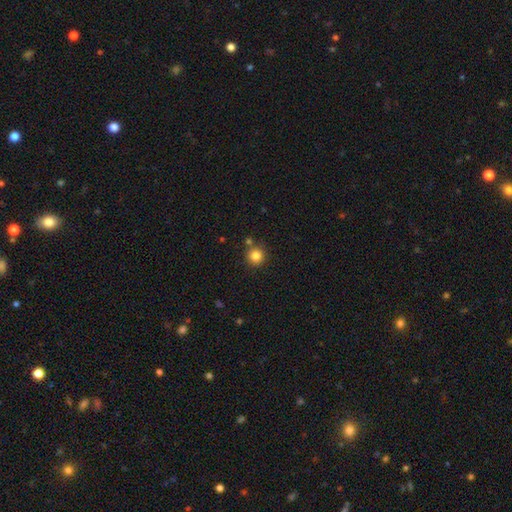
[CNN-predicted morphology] This is clearly a smooth galaxy (83%). How rounded: clearly round (94%). Merging: clearly none (81%).